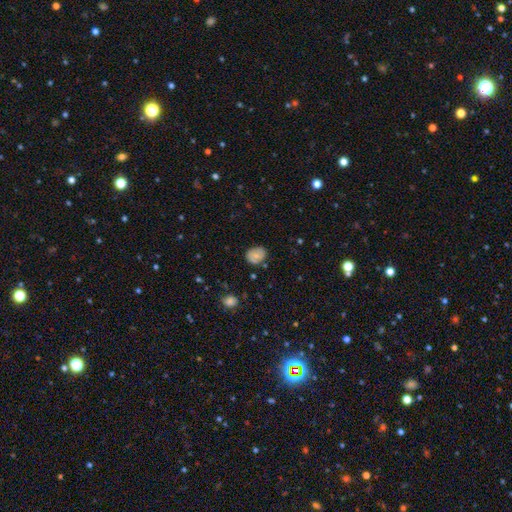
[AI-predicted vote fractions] This is likely a smooth galaxy (65%). How rounded: likely round (61%). Merging: likely none (76%).